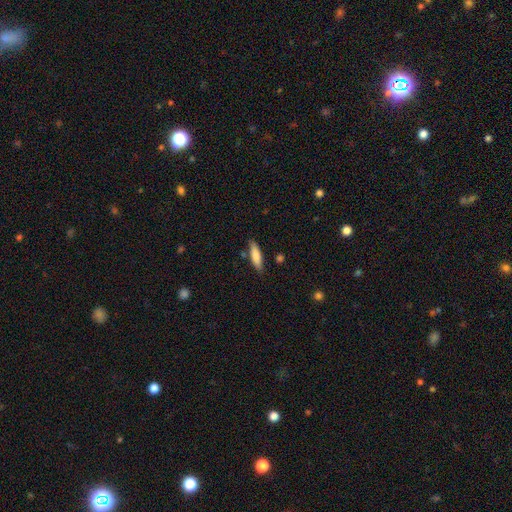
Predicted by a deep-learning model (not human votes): smooth 80%, featured or disk 14%, star or artifact 6%. Down the decision tree: how rounded — cigar-shaped (63%); merging — none (79%).